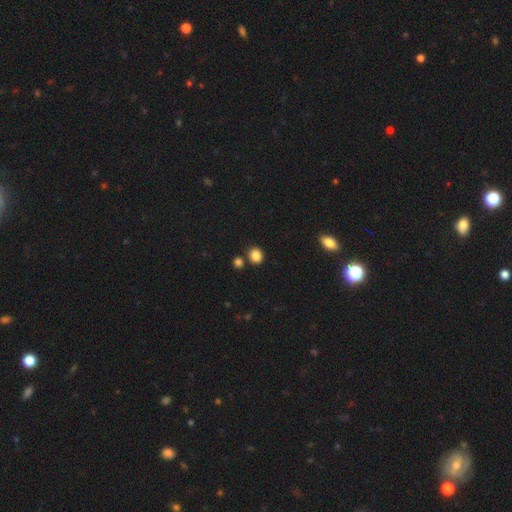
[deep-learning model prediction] Smooth or featured? Predicted: smooth (p=0.85). How rounded? Predicted: round (p=0.69). Merging? Predicted: none (p=0.79).